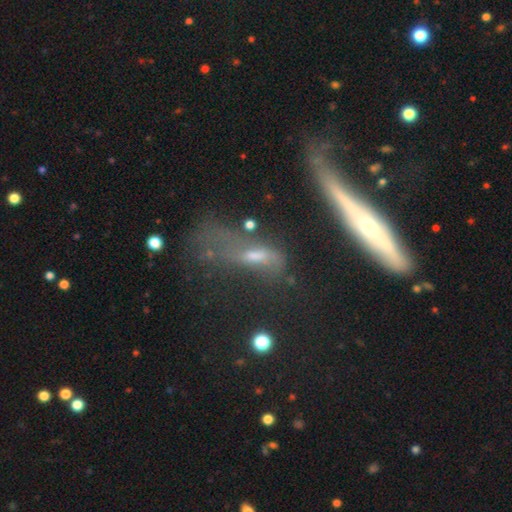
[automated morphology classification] Overall: smooth (45%; featured or disk 37%). Merging: major disturbance (36%; none 29%).